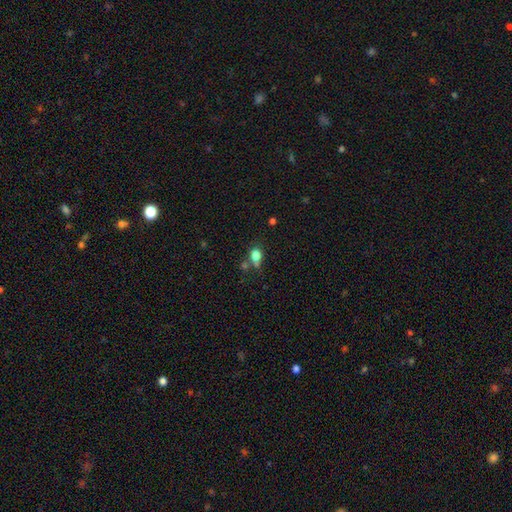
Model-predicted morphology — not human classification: Overall: smooth (80%). How rounded: round (52%; in between 46%). Merging: none (50%; merger 24%).